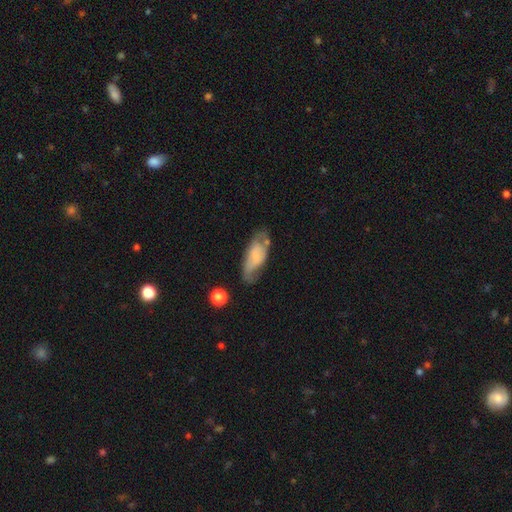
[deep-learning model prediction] A smooth galaxy with no disk features (47%).

Vote fractions:
- Smooth or featured? smooth: 47% / featured or disk: 45% / star or artifact: 8%
- Merging? none: 54% / minor disturbance: 27% / major disturbance: 15% / merger: 5%